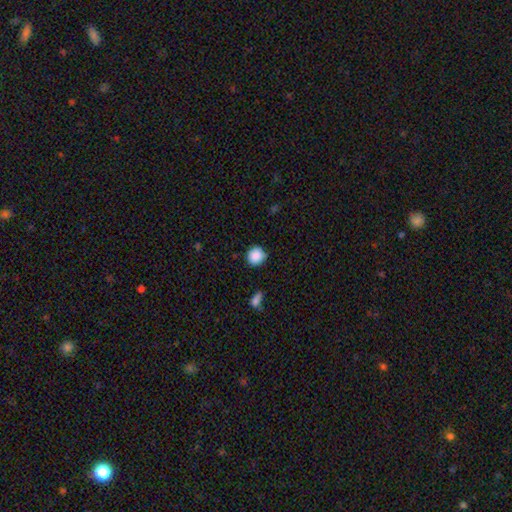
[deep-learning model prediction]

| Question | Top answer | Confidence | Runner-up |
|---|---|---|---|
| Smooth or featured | smooth | 88% | star or artifact (9%) |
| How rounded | round | 91% | in between (8%) |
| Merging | none | 79% | minor disturbance (15%) |